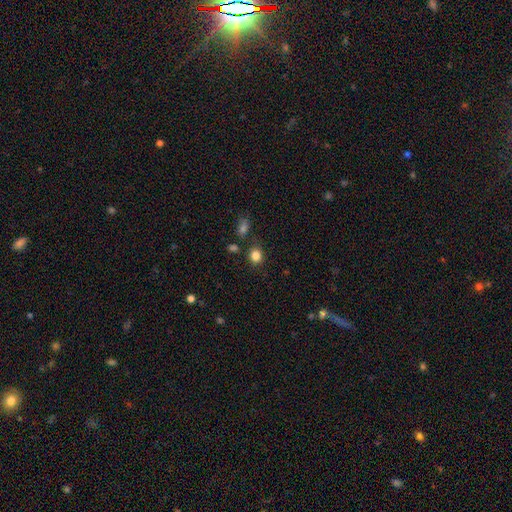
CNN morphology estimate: A smooth galaxy with no disk features (83%) that is round (75%).

Vote fractions:
- Smooth or featured? smooth: 83% / star or artifact: 12% / featured or disk: 5%
- How rounded? round: 75% / in between: 24% / cigar-shaped: 1%
- Merging? none: 80% / minor disturbance: 11% / merger: 6% / major disturbance: 3%